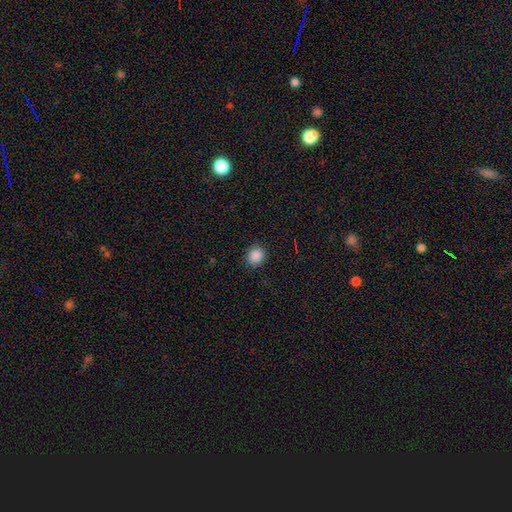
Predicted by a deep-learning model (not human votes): The model was most divided on "how rounded": round: 77%, in between: 22%, cigar-shaped: 1%. More confident: merging — none (87%); smooth or featured — smooth (87%).